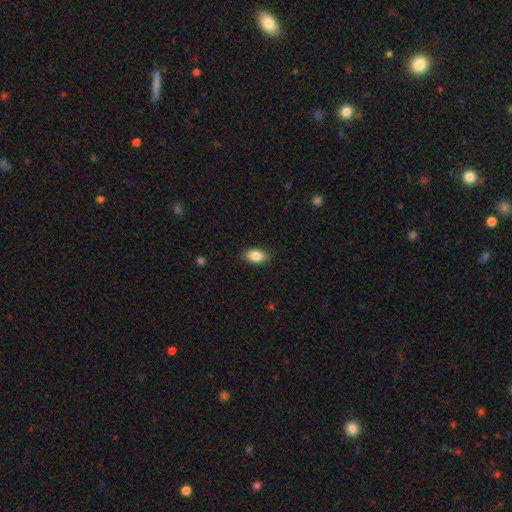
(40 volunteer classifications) Morphology: type=smooth (85%); roundness=in between (88%); merging=none (71%).